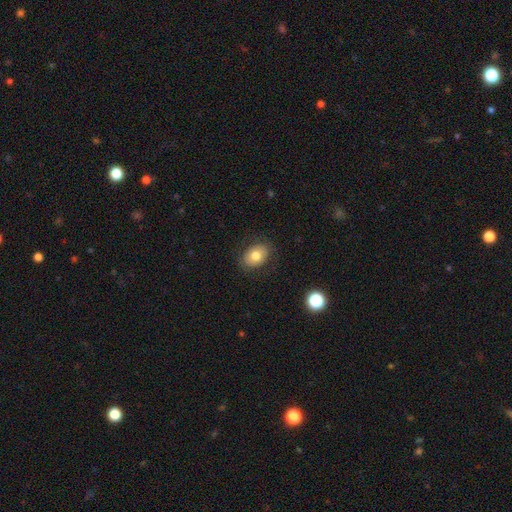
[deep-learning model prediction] A smooth galaxy with no disk features (76%) that is in between round and cigar-shaped (71%). Merging: none (83%).